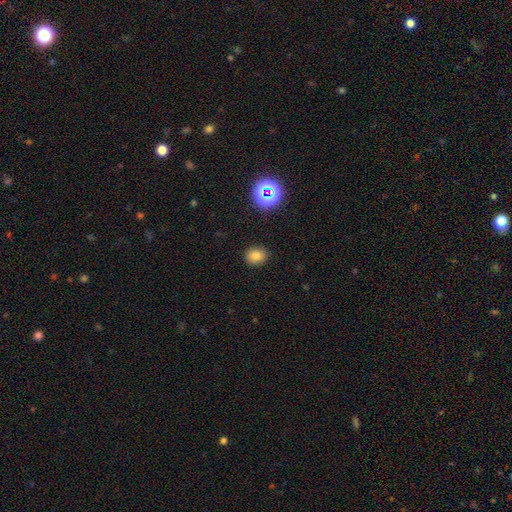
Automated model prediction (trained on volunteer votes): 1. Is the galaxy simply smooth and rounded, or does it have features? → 78% smooth, 15% star or artifact, 7% featured or disk.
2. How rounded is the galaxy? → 59% round, 40% in between, 1% cigar-shaped.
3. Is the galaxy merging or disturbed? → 86% none, 9% minor disturbance, 3% major disturbance, 1% merger.